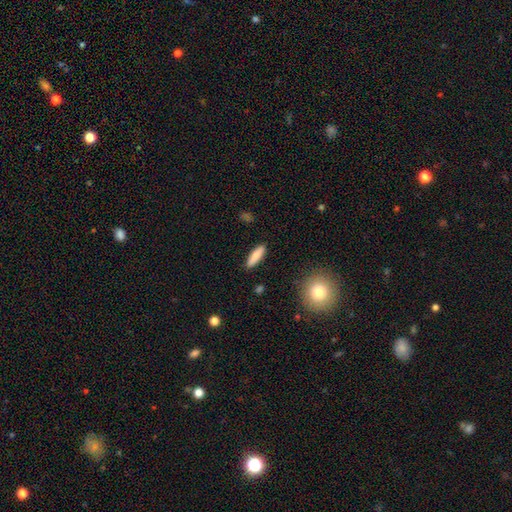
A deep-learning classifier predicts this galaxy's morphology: This is likely a smooth galaxy (79%). How rounded: possibly cigar-shaped (57%). Merging: clearly none (89%).